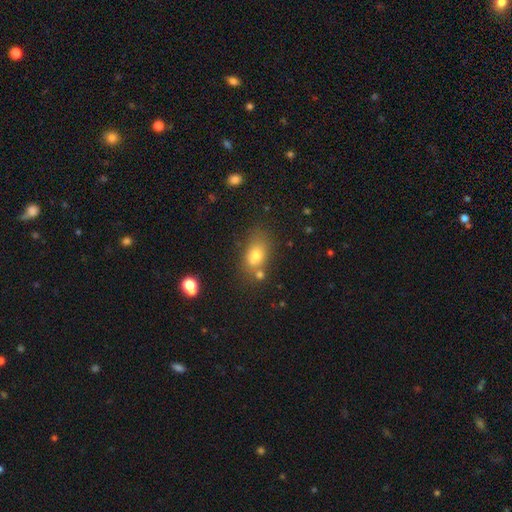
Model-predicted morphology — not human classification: Smooth or featured?
  - smooth: 74% *
  - featured or disk: 14%
  - star or artifact: 12%
How rounded?
  - in between: 80% *
  - round: 17%
  - cigar-shaped: 4%
Merging?
  - none: 58% *
  - merger: 18%
  - minor disturbance: 17%
  - major disturbance: 7%